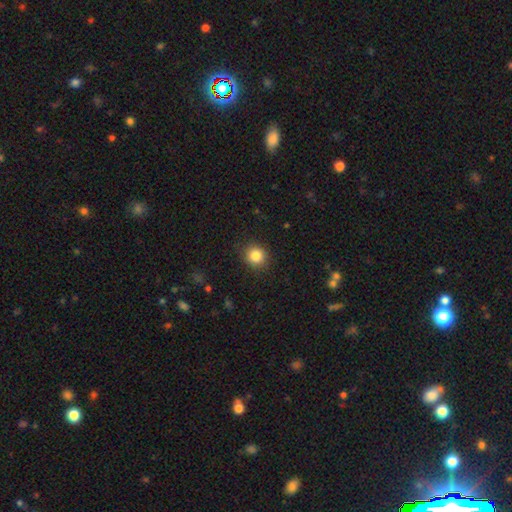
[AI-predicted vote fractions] The model was most divided on "smooth or featured": smooth: 84%, star or artifact: 11%, featured or disk: 5%. More confident: merging — none (89%); how rounded — round (88%).